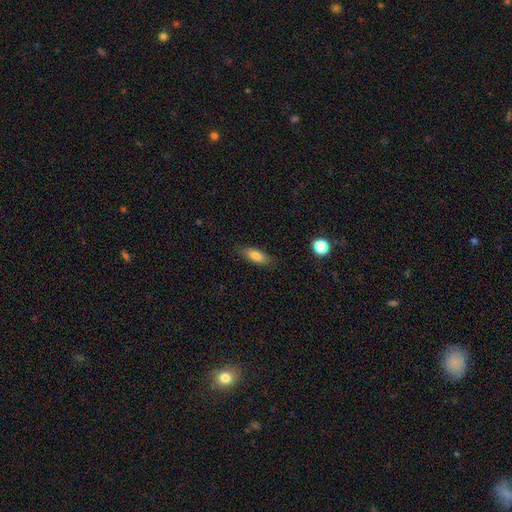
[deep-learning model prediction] A smooth galaxy with no disk features (79%) that is in between round and cigar-shaped (69%). Merging: none (84%).